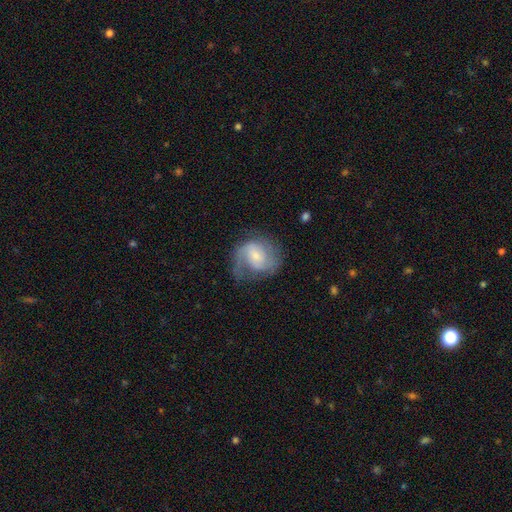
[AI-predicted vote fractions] Smooth or featured? featured or disk (76%)
Edge-on disk? no (98%)
Bar? weak (48%)
Spiral arms? yes (94%)
Spiral winding? medium (48%)
Spiral arm count? 2 (56%)
Bulge size? small (51%)
Merging? none (57%)